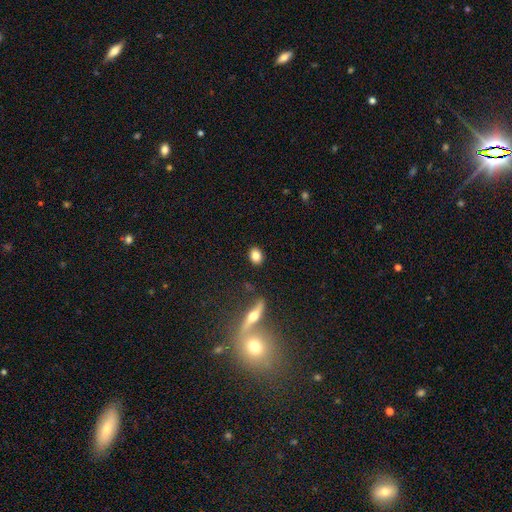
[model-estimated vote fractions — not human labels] Smooth or featured? Predicted: smooth (p=0.82). How rounded? Predicted: in between (p=0.57). Merging? Predicted: none (p=0.88).